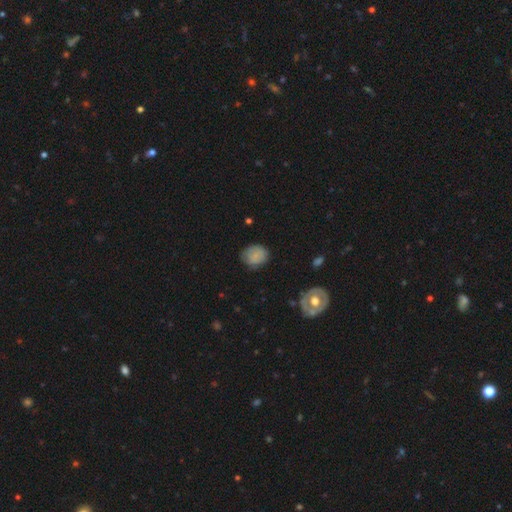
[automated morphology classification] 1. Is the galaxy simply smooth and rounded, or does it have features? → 79% smooth, 13% featured or disk, 9% star or artifact.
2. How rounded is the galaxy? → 61% round, 38% in between, 1% cigar-shaped.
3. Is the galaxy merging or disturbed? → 73% none, 21% minor disturbance, 5% major disturbance, 1% merger.